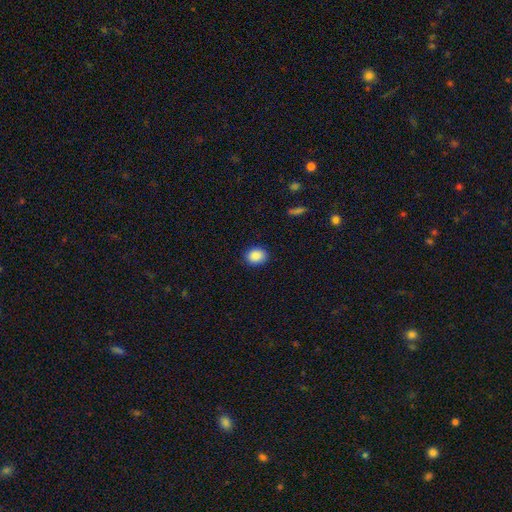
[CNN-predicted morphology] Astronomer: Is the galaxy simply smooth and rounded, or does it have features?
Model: smooth — 89%.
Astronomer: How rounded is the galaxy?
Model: round — 55% (runner-up: in between, 44%).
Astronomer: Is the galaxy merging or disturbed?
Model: none — 88%.